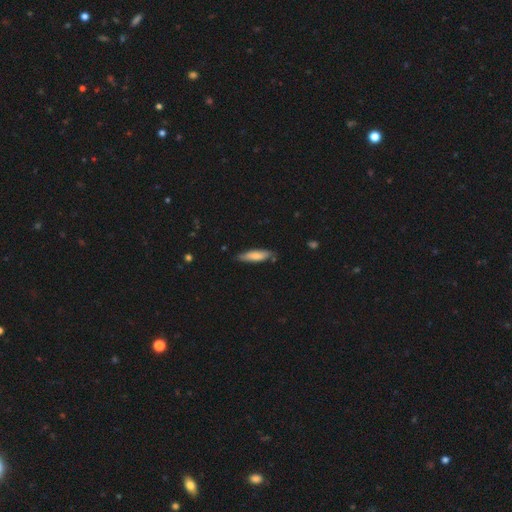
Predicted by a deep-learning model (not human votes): smooth 73%, featured or disk 21%, star or artifact 6%. Down the decision tree: how rounded — cigar-shaped (68%); merging — none (77%).